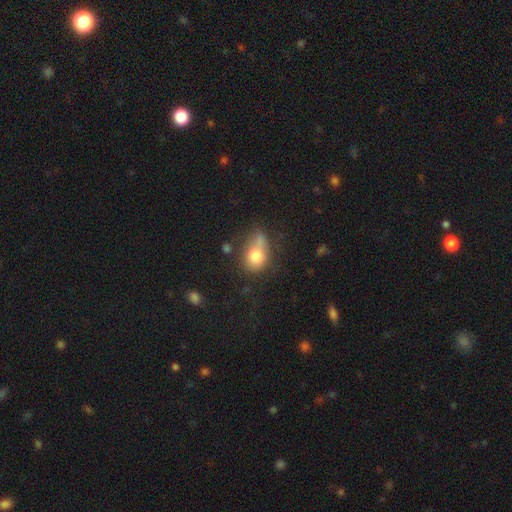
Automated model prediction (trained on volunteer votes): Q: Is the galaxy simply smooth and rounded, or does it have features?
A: smooth — 74%.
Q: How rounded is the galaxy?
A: in between — 59%.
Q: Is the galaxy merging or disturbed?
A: none — 37%.